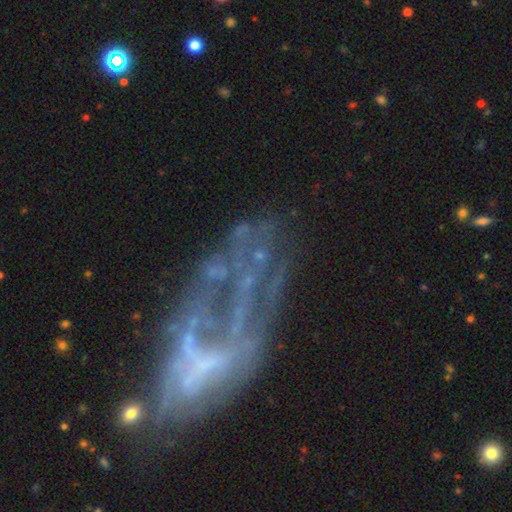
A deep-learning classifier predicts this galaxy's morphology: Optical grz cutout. It shows a featured or disk galaxy (67%) with no bar (67%), no spiral arms (67%) and no central bulge (71%). Merging: major disturbance (40%).